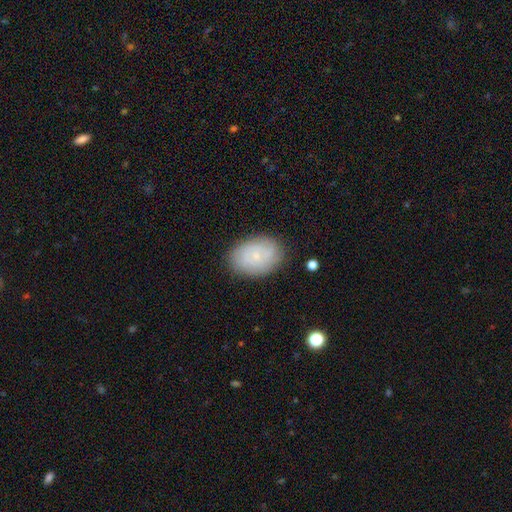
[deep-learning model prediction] Smooth or featured: smooth — 46% (featured or disk — 45%)
Merging: none — 82% (minor disturbance — 13%)